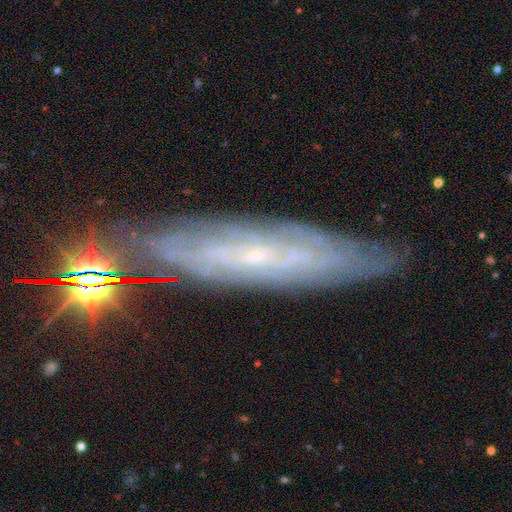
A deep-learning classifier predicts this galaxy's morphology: Smooth or featured? Predicted: featured or disk (p=0.74). Edge-on disk? Predicted: no (p=0.65). Merging? Predicted: none (p=0.80).